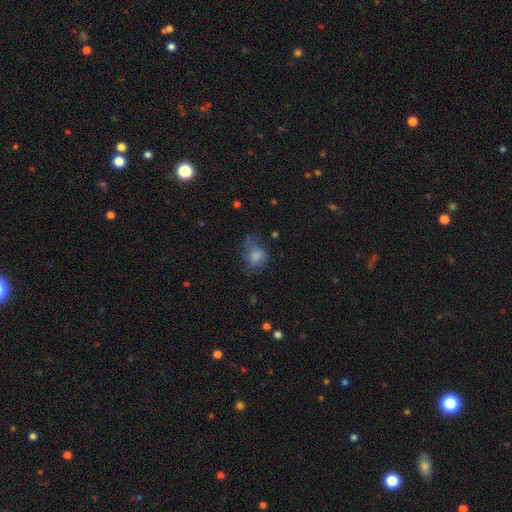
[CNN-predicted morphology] Q: Smooth or featured?
A: smooth (64%); runner-up: featured or disk (24%)
Q: How rounded?
A: in between (59%); runner-up: round (40%)
Q: Merging?
A: none (38%); runner-up: major disturbance (31%)